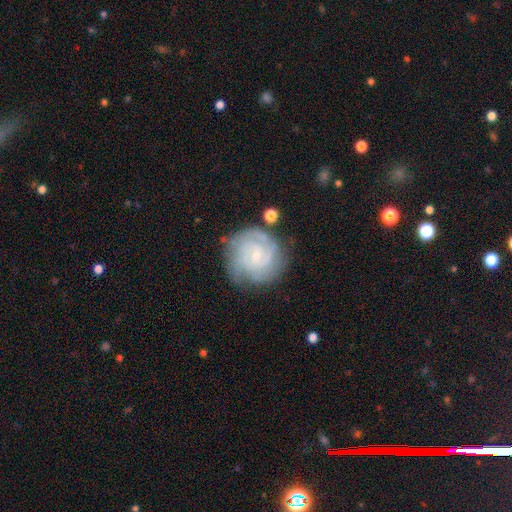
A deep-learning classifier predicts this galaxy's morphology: A featured or disk galaxy (80%) with no bar (59%), tight (71%) spiral arms (95%) and a small central bulge (80%).

Vote fractions:
- Smooth or featured? featured or disk: 80% / smooth: 14% / star or artifact: 6%
- Edge-on disk? no: 98% / yes: 2%
- Bar? no: 59% / weak: 35% / strong: 6%
- Spiral arms? yes: 95% / no: 5%
- Spiral winding? tight: 71% / medium: 24% / loose: 5%
- Spiral arm count? can't tell: 28% / 3: 27% / 2: 23% / 4: 12% / 1: 5% / more than 4: 5%
- Bulge size? small: 80% / moderate: 14% / none: 5% / large: 1% / dominant: 1%
- Merging? none: 73% / minor disturbance: 17% / major disturbance: 6% / merger: 3%